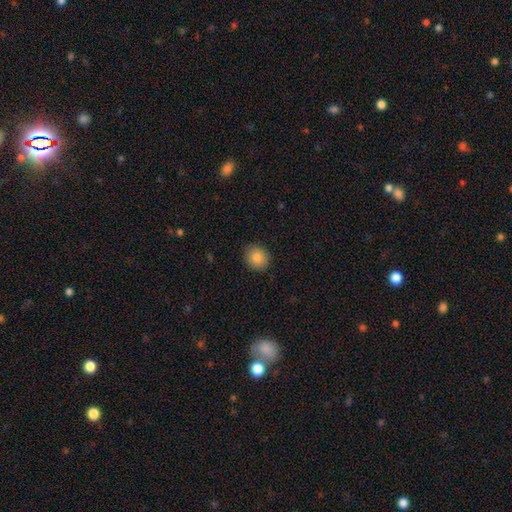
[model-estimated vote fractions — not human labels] Smooth or featured: smooth — 83% (star or artifact — 10%)
How rounded: round — 82% (in between — 17%)
Merging: none — 90% (minor disturbance — 7%)